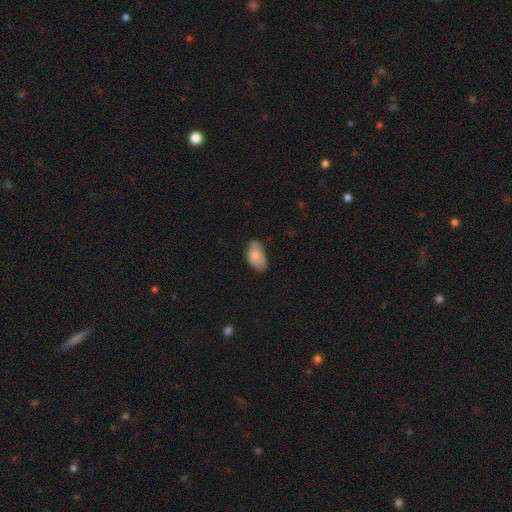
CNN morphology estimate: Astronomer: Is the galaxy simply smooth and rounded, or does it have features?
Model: smooth — 75%.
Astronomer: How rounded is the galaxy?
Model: in between — 93%.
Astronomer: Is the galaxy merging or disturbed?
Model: none — 55% (runner-up: minor disturbance, 35%).